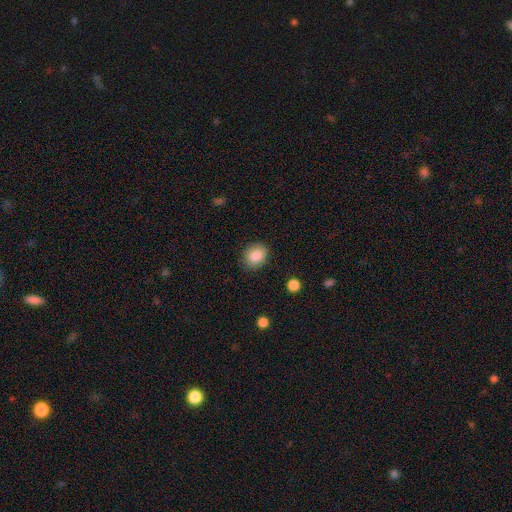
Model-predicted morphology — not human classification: This appears to be a smooth galaxy with no disk features (86%) that is round (55%). Merging: none (87%).